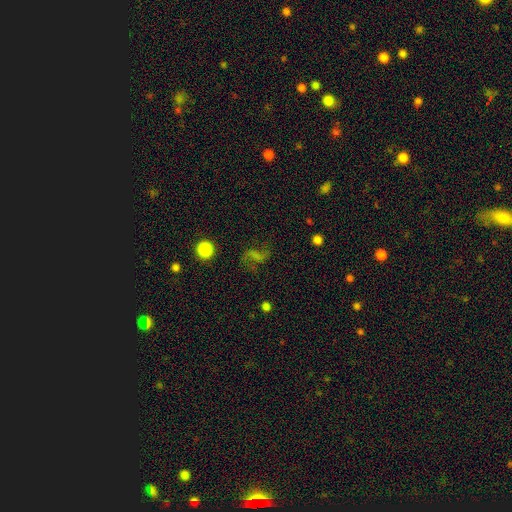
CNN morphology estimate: This is possibly a featured or disk galaxy (48%). Merging: likely none (65%).